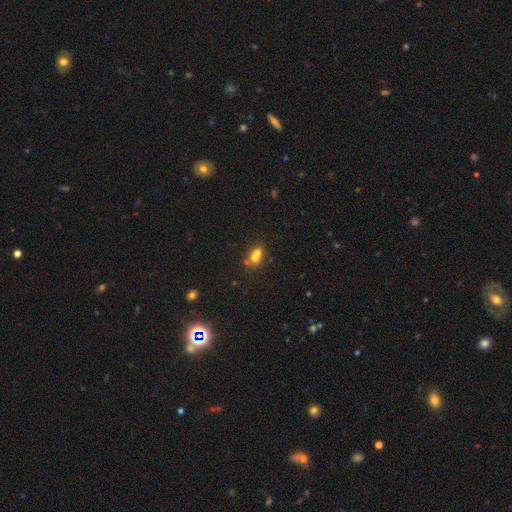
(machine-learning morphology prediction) The model was most divided on "merging": merger: 51%, none: 33%, minor disturbance: 10%, major disturbance: 6%. More confident: smooth or featured — smooth (64%); how rounded — in between (58%).